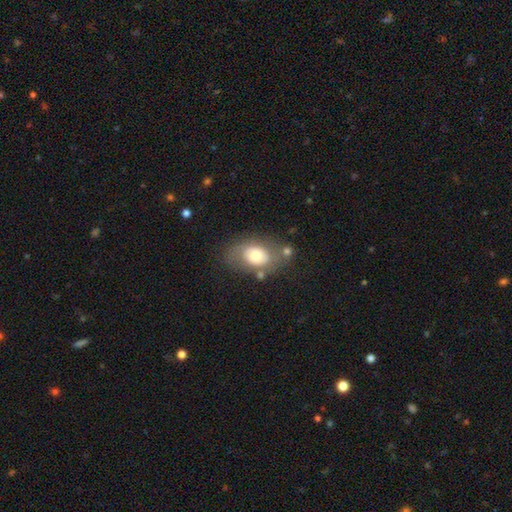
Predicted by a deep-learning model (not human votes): This is likely a smooth galaxy (60%). How rounded: likely in between (73%). Merging: possibly none (57%).